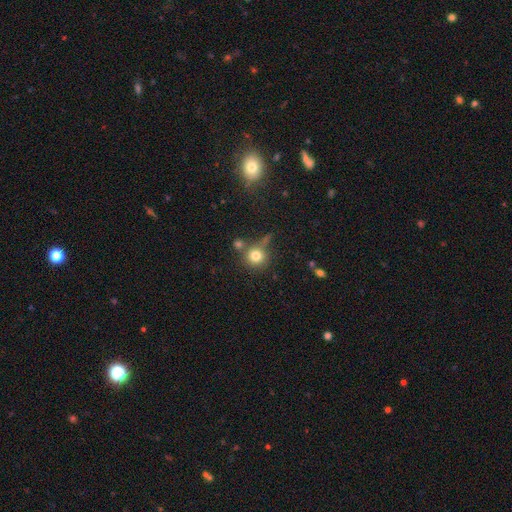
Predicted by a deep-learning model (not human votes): A smooth galaxy with no disk features (77%) that is round (91%). Merging: none (61%).